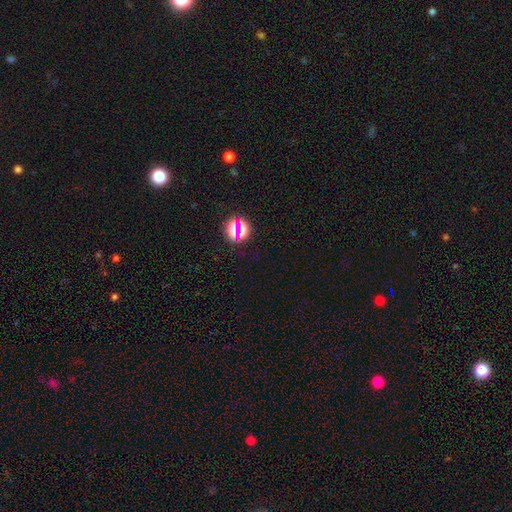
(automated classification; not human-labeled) The model was most divided on "smooth or featured": star or artifact: 65%, smooth: 27%, featured or disk: 8%.